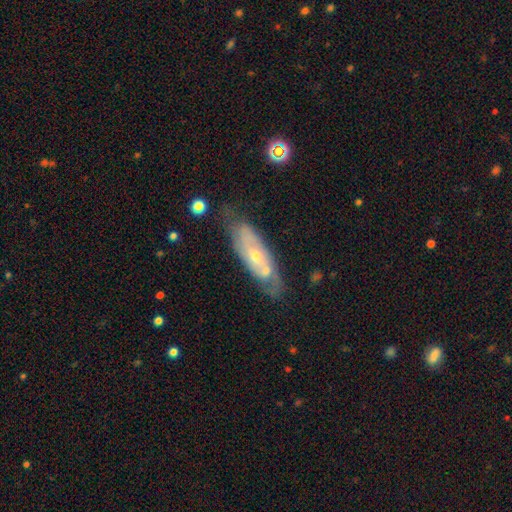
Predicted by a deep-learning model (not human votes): Overall: featured or disk (71%). Edge-on disk: no (82%). Bar: no (69%). Spiral arms: yes (76%). Bulge size: small (53%; moderate 44%). Merging: none (60%; minor disturbance 23%).